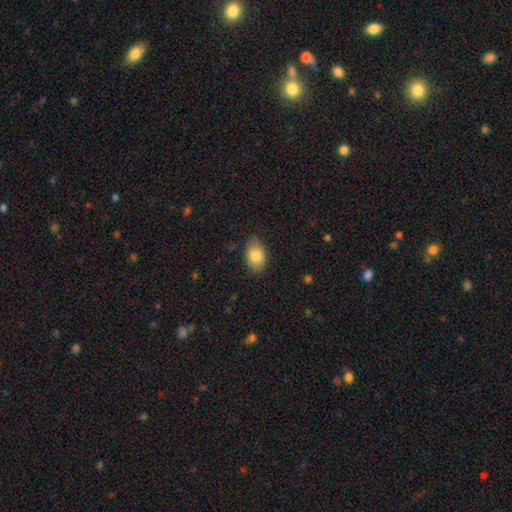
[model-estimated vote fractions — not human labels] Smooth or featured: smooth — 83% (featured or disk — 10%)
How rounded: in between — 89% (round — 9%)
Merging: none — 83% (minor disturbance — 14%)